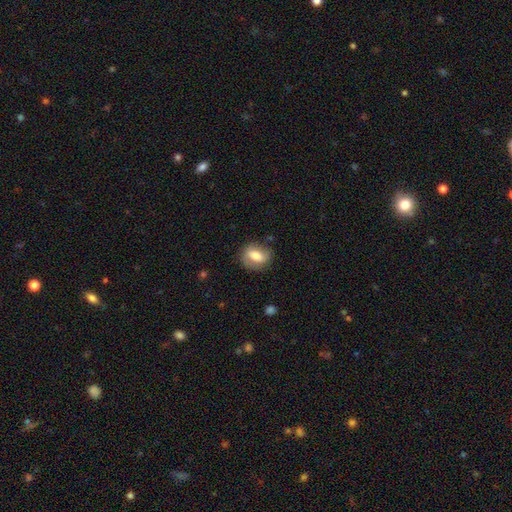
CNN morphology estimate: A smooth galaxy with no disk features (63%) that is in between round and cigar-shaped (57%). Merging: none (76%).